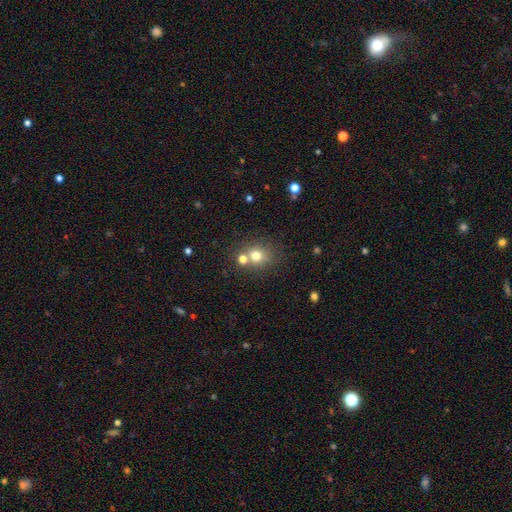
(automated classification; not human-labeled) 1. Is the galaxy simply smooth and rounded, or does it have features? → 73% smooth, 16% star or artifact, 11% featured or disk.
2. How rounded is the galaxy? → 78% round, 21% in between, 1% cigar-shaped.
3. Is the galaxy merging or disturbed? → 62% none, 25% merger, 9% minor disturbance, 4% major disturbance.